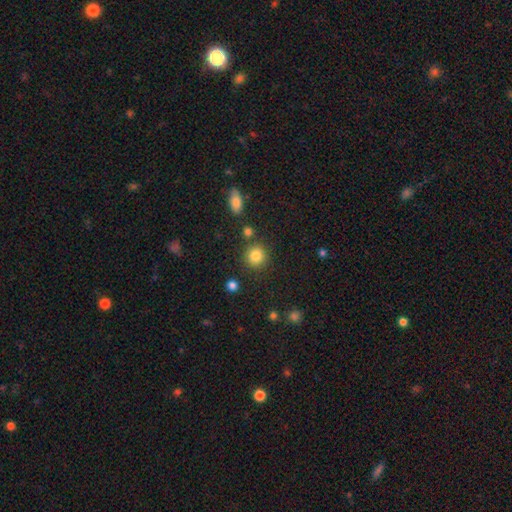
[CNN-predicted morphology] type=smooth (85%); roundness=round (88%); merging=none (83%).